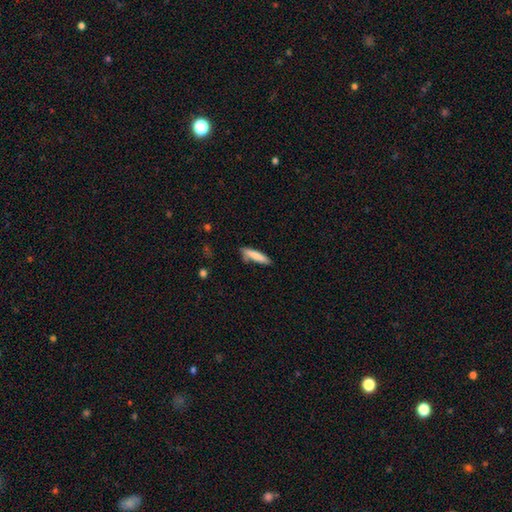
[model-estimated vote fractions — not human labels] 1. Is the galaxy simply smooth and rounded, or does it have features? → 81% smooth, 13% featured or disk, 6% star or artifact.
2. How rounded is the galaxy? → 79% cigar-shaped, 19% in between, 1% round.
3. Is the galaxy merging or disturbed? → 77% none, 16% minor disturbance, 5% merger, 3% major disturbance.